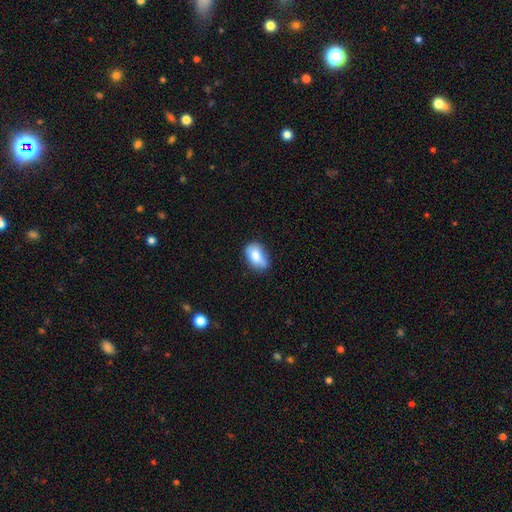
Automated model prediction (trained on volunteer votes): smooth 81%, featured or disk 11%, star or artifact 8%. Down the decision tree: how rounded — in between (86%); merging — none (57%).